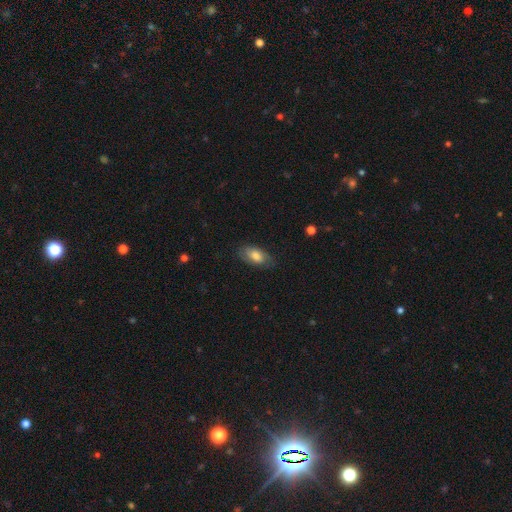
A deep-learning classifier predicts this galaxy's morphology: A smooth galaxy with no disk features (67%) that is in between round and cigar-shaped (91%). Merging: none (75%).